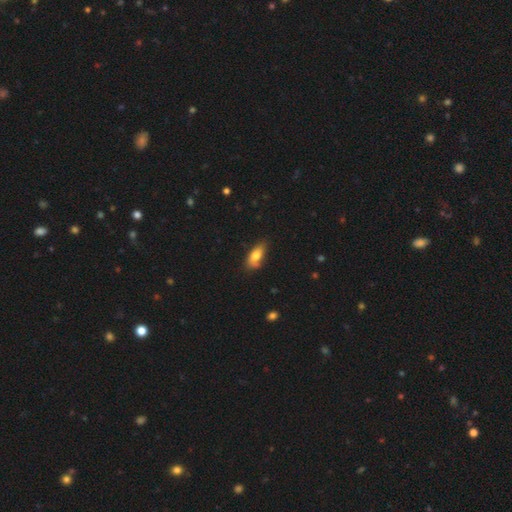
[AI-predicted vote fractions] smooth_or_featured: smooth (p=0.76) [alt: featured or disk p=0.17]
how_rounded: in between (p=0.83) [alt: cigar-shaped p=0.13]
merging: none (p=0.57) [alt: minor disturbance p=0.32]